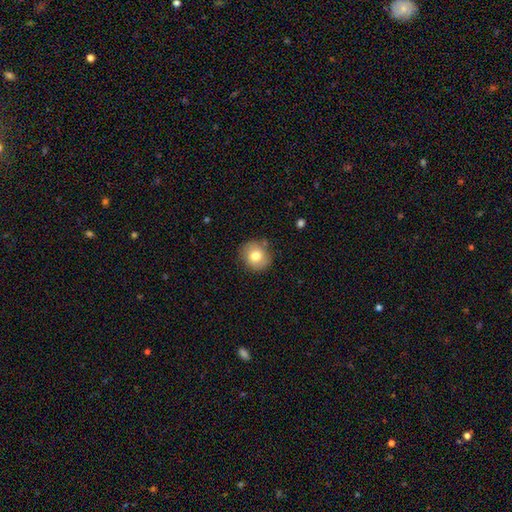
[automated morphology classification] smooth 77%, featured or disk 14%, star or artifact 9%. Down the decision tree: how rounded — round (86%); merging — none (85%).